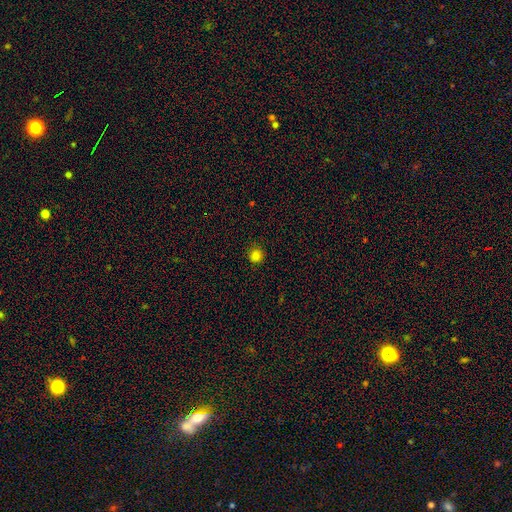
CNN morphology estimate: A smooth galaxy with no disk features (82%) that is round (93%). Merging: none (90%).